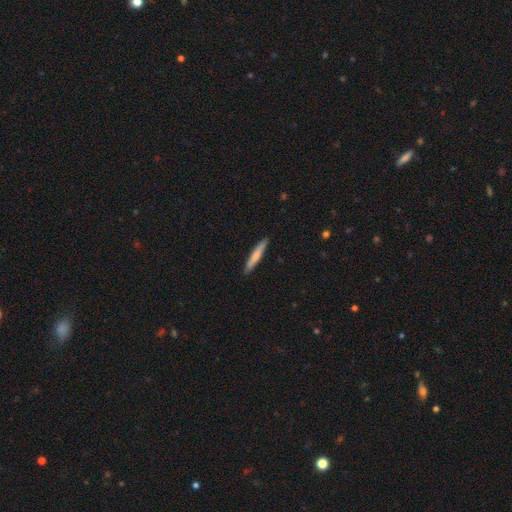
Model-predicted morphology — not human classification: smooth-or-featured: smooth: 68% | featured or disk: 27% | star or artifact: 5%
  how-rounded: cigar-shaped: 94% | in between: 4% | round: 1%
  merging: none: 89% | minor disturbance: 8% | major disturbance: 1% | merger: 1%